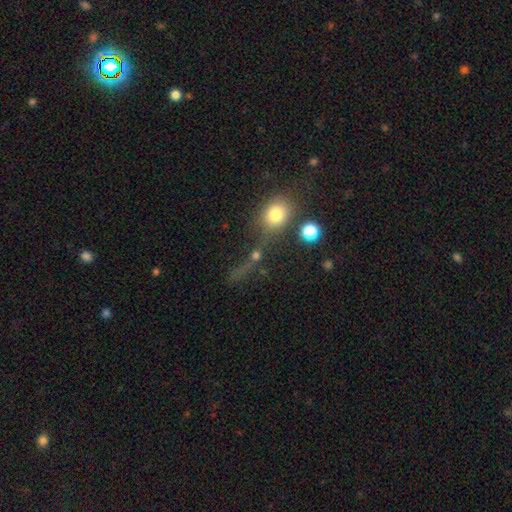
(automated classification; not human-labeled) smooth 58%, star or artifact 26%, featured or disk 17%. Down the decision tree: how rounded — round (60%); merging — none (50%).